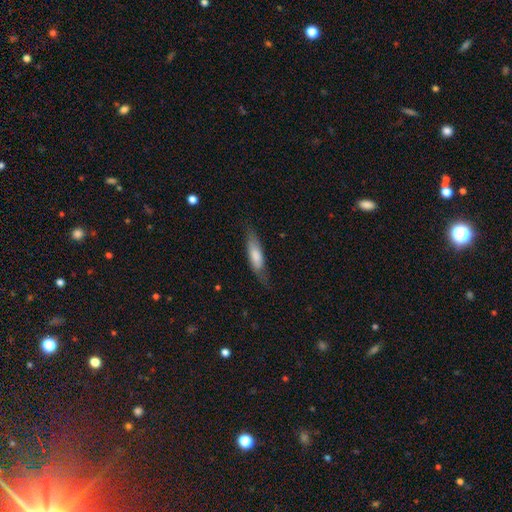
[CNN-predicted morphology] This is likely a smooth galaxy (72%). How rounded: possibly cigar-shaped (55%). Merging: likely none (69%).